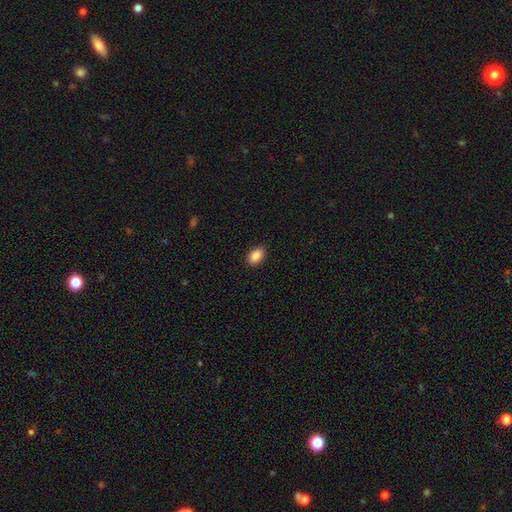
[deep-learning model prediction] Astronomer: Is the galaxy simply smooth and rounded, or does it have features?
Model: smooth — 88%.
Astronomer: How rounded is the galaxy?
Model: in between — 89%.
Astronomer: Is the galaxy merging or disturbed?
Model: none — 88%.